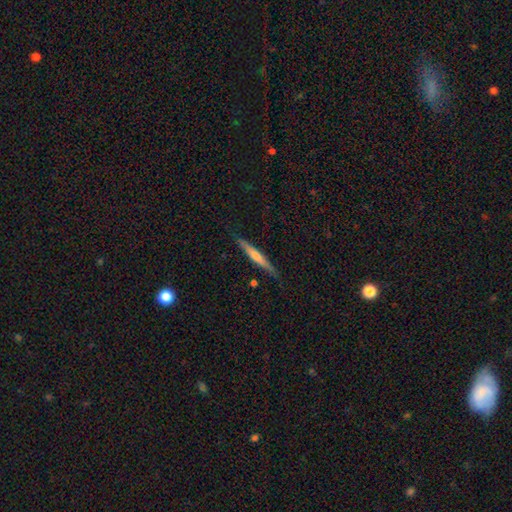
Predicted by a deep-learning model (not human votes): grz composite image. It shows a featured or disk galaxy (60%) viewed edge-on (97%) with a rounded central bulge (70%). Merging: none (87%).